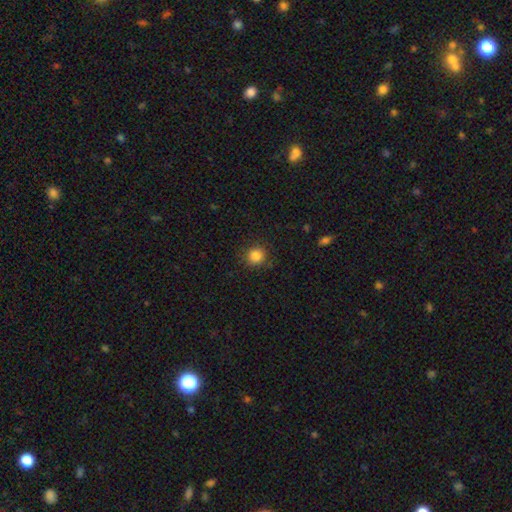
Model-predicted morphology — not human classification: This is clearly a smooth galaxy (85%). How rounded: clearly round (91%). Merging: clearly none (87%).